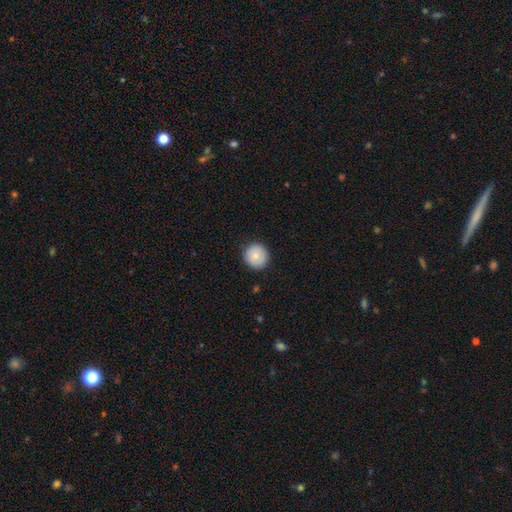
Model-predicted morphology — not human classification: smooth 76%, featured or disk 17%, star or artifact 7%. Down the decision tree: how rounded — round (94%); merging — none (90%).